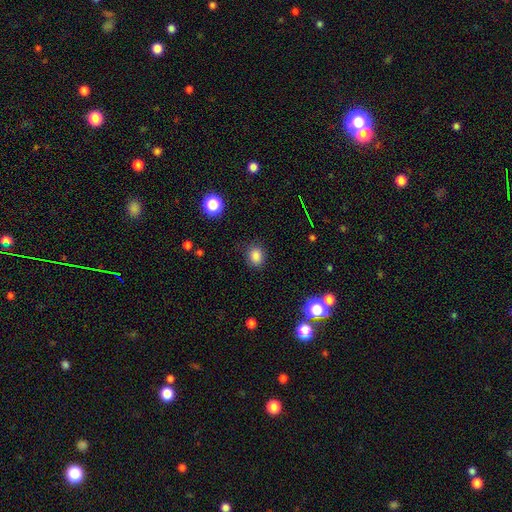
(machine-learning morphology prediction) A smooth galaxy with no disk features (84%) that is round (57%). Merging: none (84%).